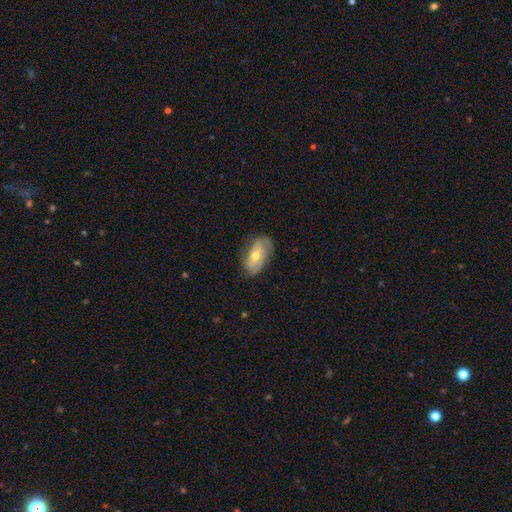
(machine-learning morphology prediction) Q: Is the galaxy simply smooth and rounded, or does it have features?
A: featured or disk — 54%.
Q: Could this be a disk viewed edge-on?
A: no — 91%.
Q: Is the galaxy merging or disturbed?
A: none — 71%.